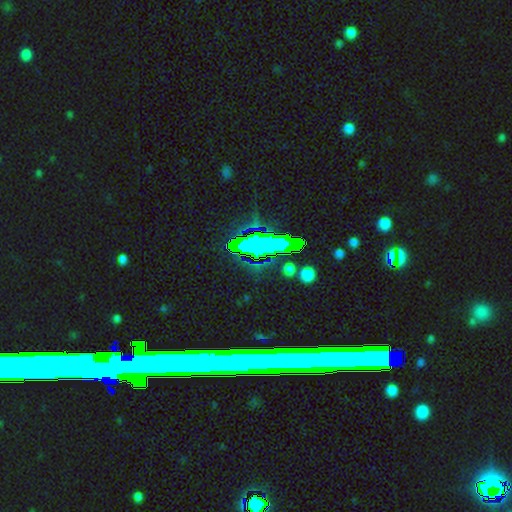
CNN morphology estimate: A star or artifact, not a galaxy (66%).